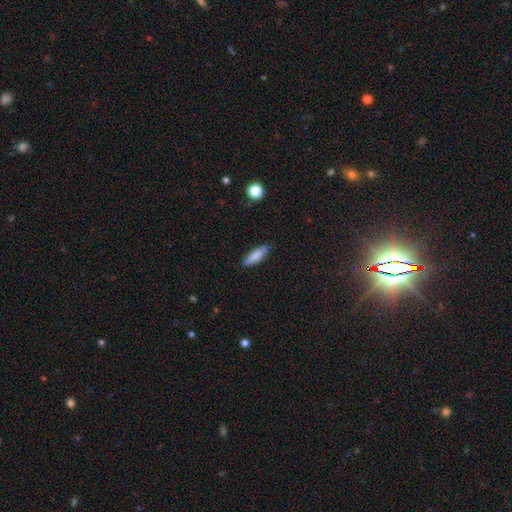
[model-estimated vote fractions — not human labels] Morphology: type=smooth (82%); roundness=cigar-shaped (61%); merging=none (86%).